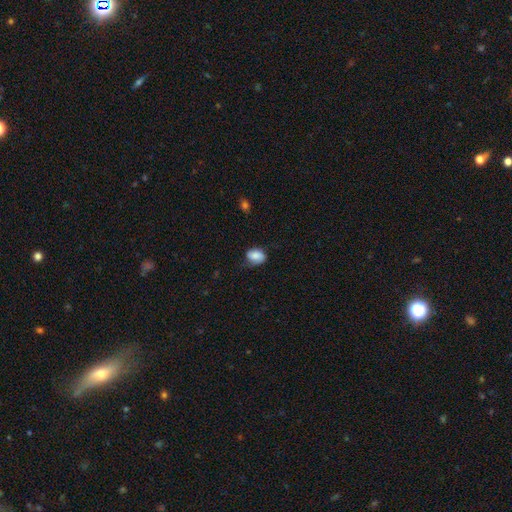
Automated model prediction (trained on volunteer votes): Morphology: type=smooth (75%); roundness=in between (69%); merging=none (56%).